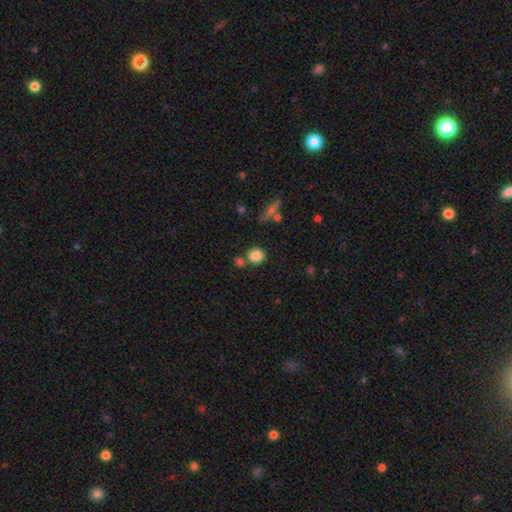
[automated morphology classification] Smooth or featured? Predicted: smooth (p=0.84). How rounded? Predicted: round (p=0.82). Merging? Predicted: none (p=0.67).